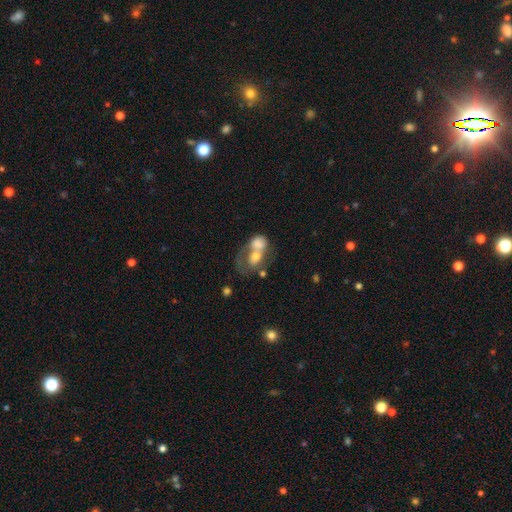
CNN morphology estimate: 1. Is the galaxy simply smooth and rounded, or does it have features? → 52% smooth, 38% featured or disk, 10% star or artifact.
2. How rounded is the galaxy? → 67% in between, 31% round, 2% cigar-shaped.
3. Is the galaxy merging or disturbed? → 71% merger, 11% none, 11% major disturbance, 6% minor disturbance.